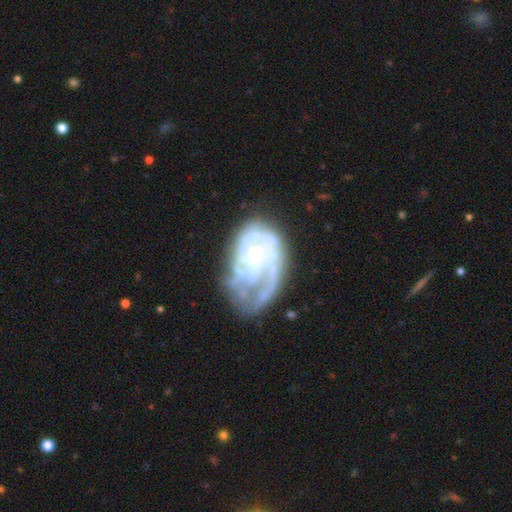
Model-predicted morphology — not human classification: smooth-or-featured: featured or disk: 80% | smooth: 13% | star or artifact: 7%
  disk-edge-on: no: 98% | yes: 2%
    bar: no: 78% | weak: 18% | strong: 4%
    has-spiral-arms: yes: 77% | no: 23%
      spiral-winding: tight: 55% | medium: 31% | loose: 14%
      spiral-arm-count: can't tell: 45% | 2: 17% | 3: 15% | 1: 10% | 4: 7% | more than 4: 5%
    bulge-size: small: 66% | moderate: 16% | none: 15% | large: 2% | dominant: 1%
  merging: none: 43% | major disturbance: 27% | minor disturbance: 25% | merger: 5%